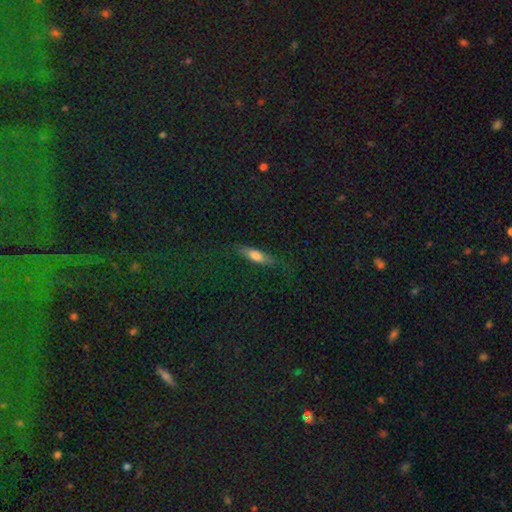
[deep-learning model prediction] Morphology: type=smooth (68%); roundness=cigar-shaped (63%); merging=none (79%).